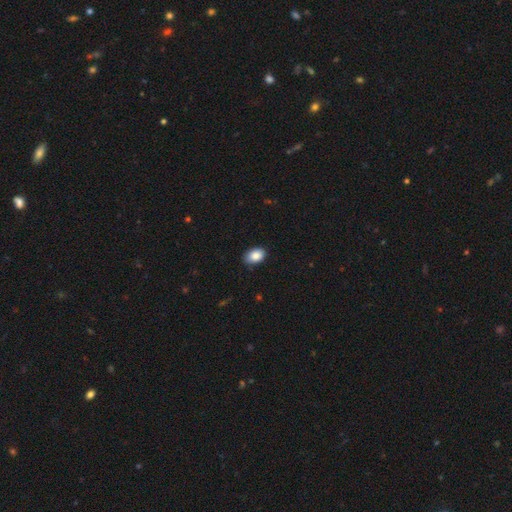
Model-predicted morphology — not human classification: Smooth or featured: smooth — 86% (star or artifact — 8%)
How rounded: in between — 86% (round — 13%)
Merging: none — 82% (minor disturbance — 15%)